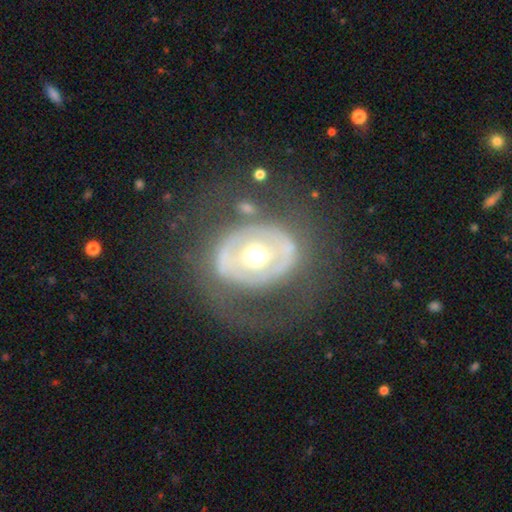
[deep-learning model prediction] Smooth or featured: featured or disk — 69% (smooth — 25%)
Edge-on disk: no — 95% (yes — 5%)
Bar: no — 67% (weak — 19%)
Spiral arms: no — 73% (yes — 27%)
Bulge size: moderate — 73% (large — 14%)
Merging: none — 61% (major disturbance — 19%)